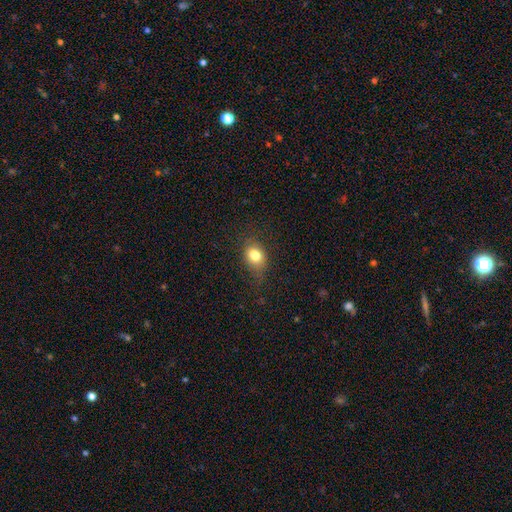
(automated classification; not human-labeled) smooth-or-featured: smooth: 79% | star or artifact: 11% | featured or disk: 10%
  how-rounded: in between: 66% | round: 32% | cigar-shaped: 2%
  merging: none: 67% | minor disturbance: 23% | major disturbance: 9% | merger: 2%